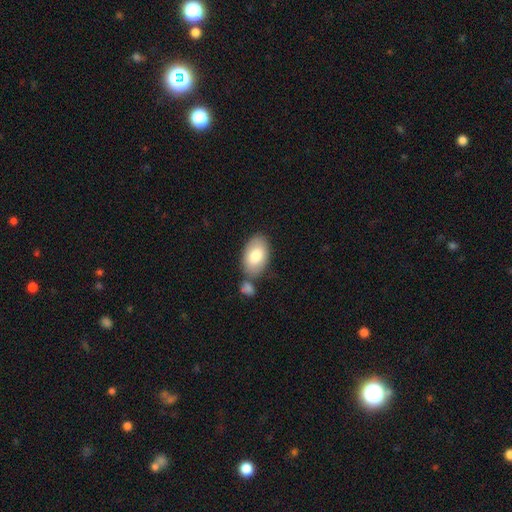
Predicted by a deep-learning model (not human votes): The model was most divided on "merging": none: 64%, merger: 18%, minor disturbance: 14%, major disturbance: 4%. More confident: how rounded — in between (93%); smooth or featured — smooth (80%).